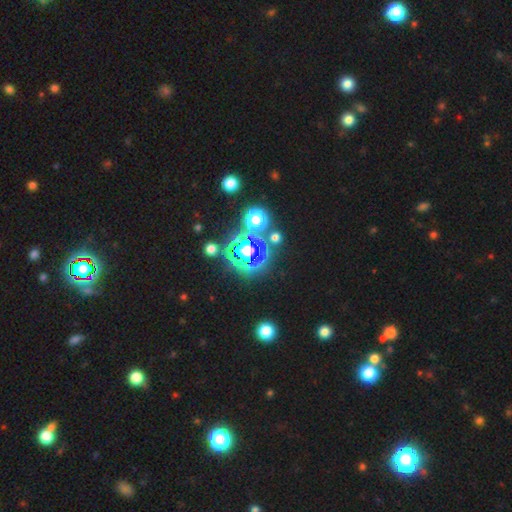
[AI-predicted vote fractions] Q: Smooth or featured?
A: star or artifact (79%); runner-up: smooth (15%)